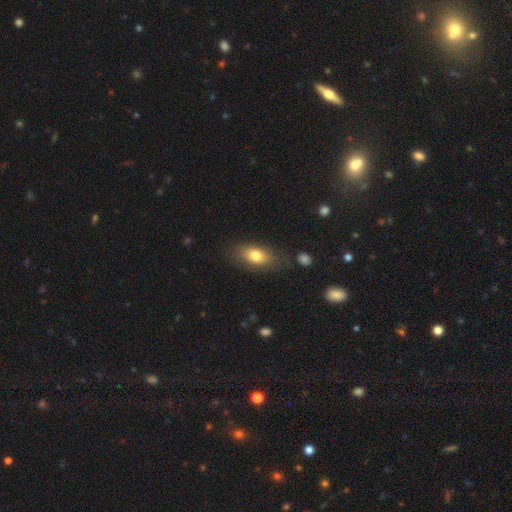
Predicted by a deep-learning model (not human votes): Overall: smooth (77%). How rounded: in between (87%). Merging: none (72%).